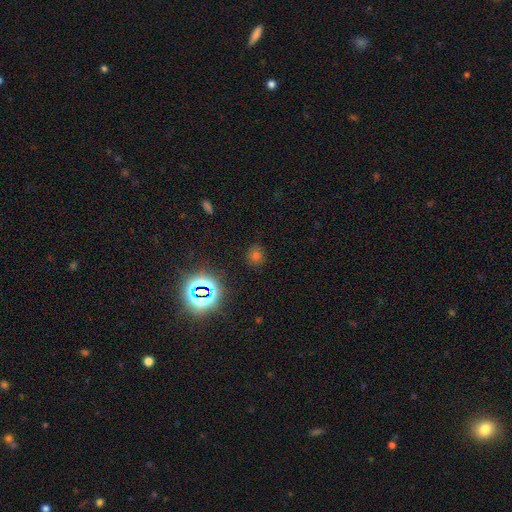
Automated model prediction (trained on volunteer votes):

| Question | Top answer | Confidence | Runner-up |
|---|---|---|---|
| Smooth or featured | smooth | 56% | star or artifact (36%) |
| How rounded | round | 87% | in between (12%) |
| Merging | none | 85% | minor disturbance (9%) |